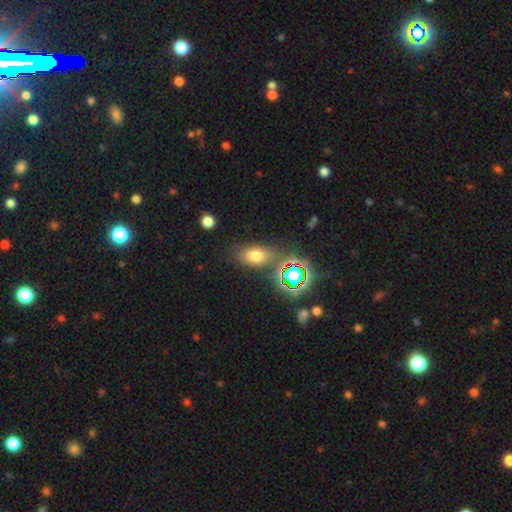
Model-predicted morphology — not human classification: A smooth galaxy with no disk features (66%) that is in between round and cigar-shaped (80%).

Vote fractions:
- Smooth or featured? smooth: 66% / star or artifact: 22% / featured or disk: 12%
- How rounded? in between: 80% / round: 15% / cigar-shaped: 5%
- Merging? none: 73% / minor disturbance: 14% / merger: 7% / major disturbance: 5%